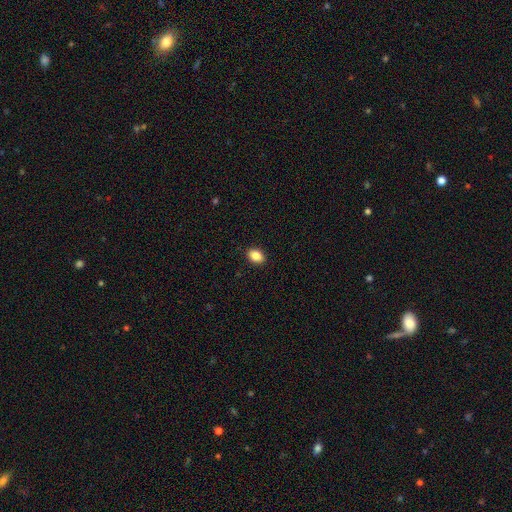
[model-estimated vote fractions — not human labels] This is clearly a smooth galaxy (86%). How rounded: likely in between (71%). Merging: clearly none (91%).